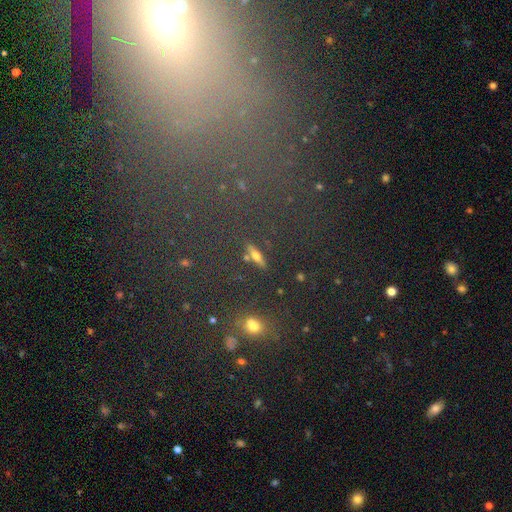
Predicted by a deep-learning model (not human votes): Smooth or featured?
  - smooth: 43% *
  - featured or disk: 37%
  - star or artifact: 20%
Merging?
  - none: 83% *
  - minor disturbance: 9%
  - merger: 4%
  - major disturbance: 4%